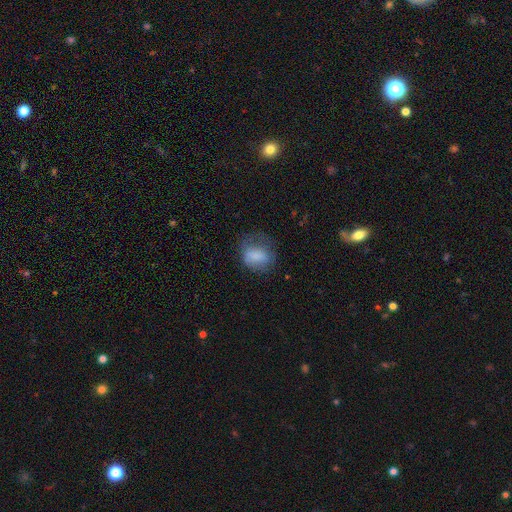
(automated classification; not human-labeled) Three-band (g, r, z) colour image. It shows a smooth galaxy with no disk features (74%) that is in between round and cigar-shaped (58%). Merging: none (42%).